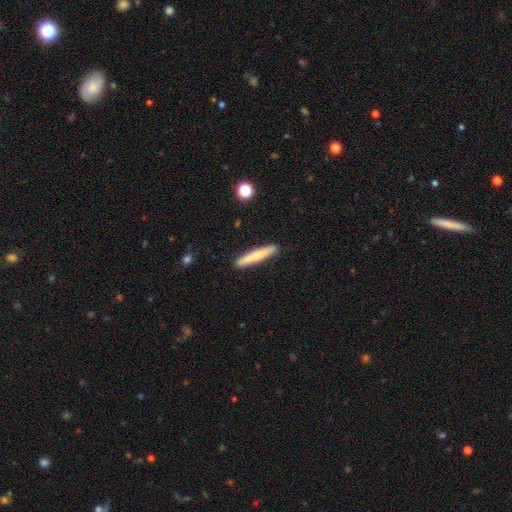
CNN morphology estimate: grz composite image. It shows a smooth galaxy with no disk features (65%) that is cigar-shaped (95%). Merging: none (91%).